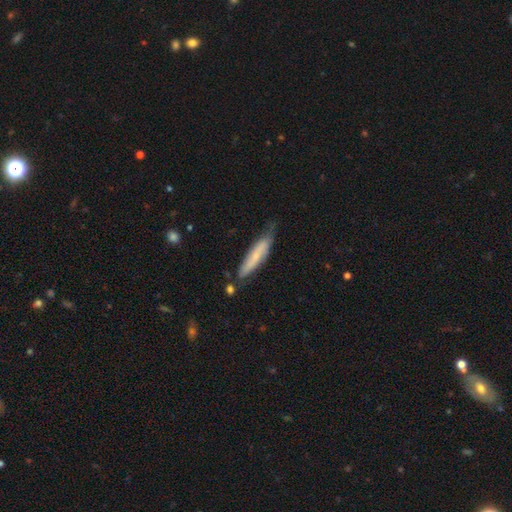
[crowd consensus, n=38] A smooth galaxy with no disk features (53%) that is cigar-shaped (80%).

Vote fractions:
- Smooth or featured? smooth: 53% / featured or disk: 45% / star or artifact: 3%
- How rounded? cigar-shaped: 80% / in between: 15% / round: 5%
- Merging? none: 43% (tied) / minor disturbance: 43% (tied) / major disturbance: 11% / merger: 3%